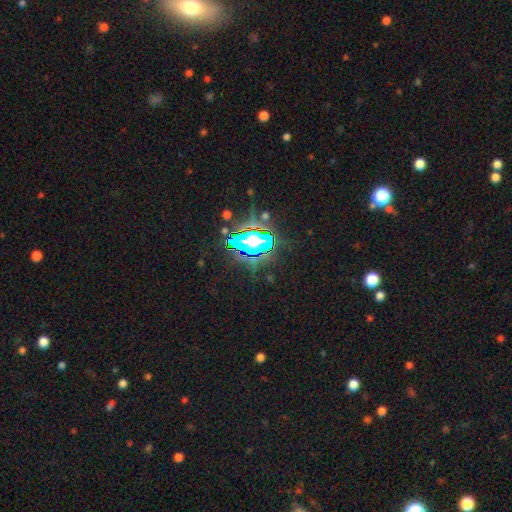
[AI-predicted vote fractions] This appears to be a star or artifact, not a galaxy (82%).